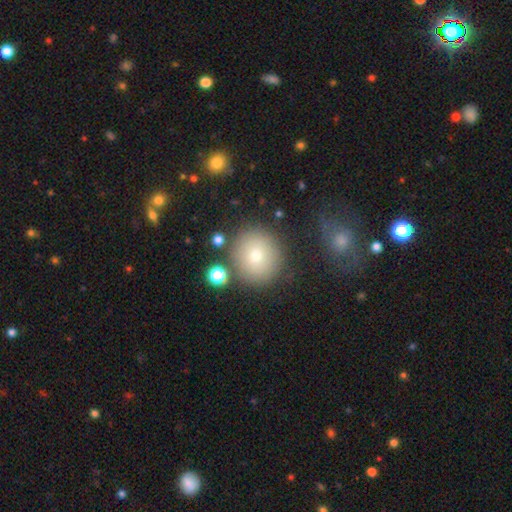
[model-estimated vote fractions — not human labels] This appears to be a smooth galaxy with no disk features (74%) that is round (91%). Merging: none (83%).